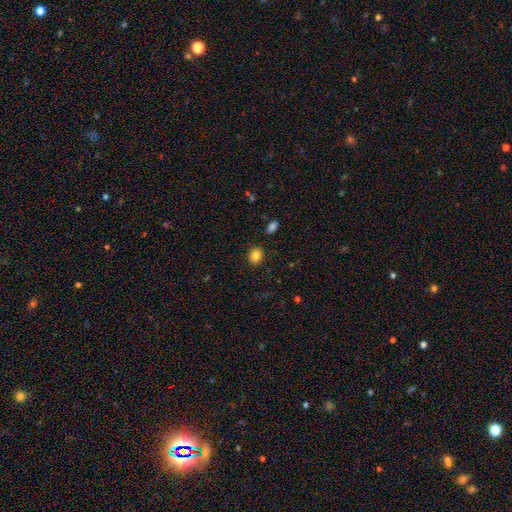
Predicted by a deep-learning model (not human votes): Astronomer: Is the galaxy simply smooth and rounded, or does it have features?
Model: smooth — 85%.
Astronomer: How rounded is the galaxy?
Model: round — 51% (runner-up: in between, 48%).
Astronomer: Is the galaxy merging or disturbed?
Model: none — 88%.